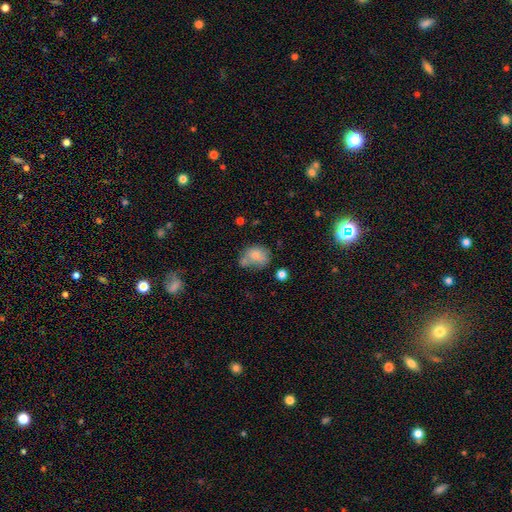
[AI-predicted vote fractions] Smooth or featured?
  - smooth: 70% *
  - featured or disk: 19%
  - star or artifact: 10%
How rounded?
  - round: 51% *
  - in between: 48%
  - cigar-shaped: 1%
Merging?
  - none: 38% *
  - merger: 25%
  - minor disturbance: 24%
  - major disturbance: 13%